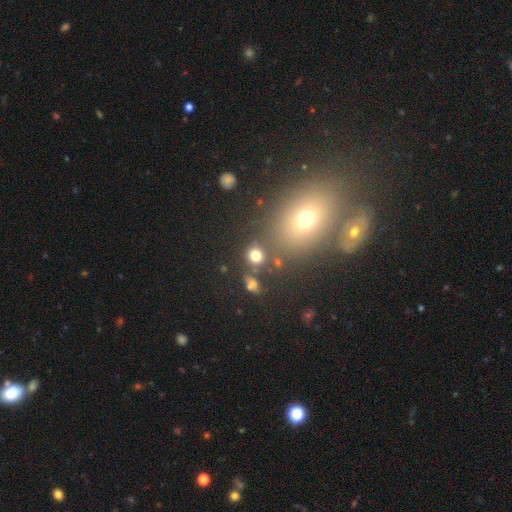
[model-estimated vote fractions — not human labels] Morphology: type=smooth (75%); roundness=round (78%); merging=none (72%).